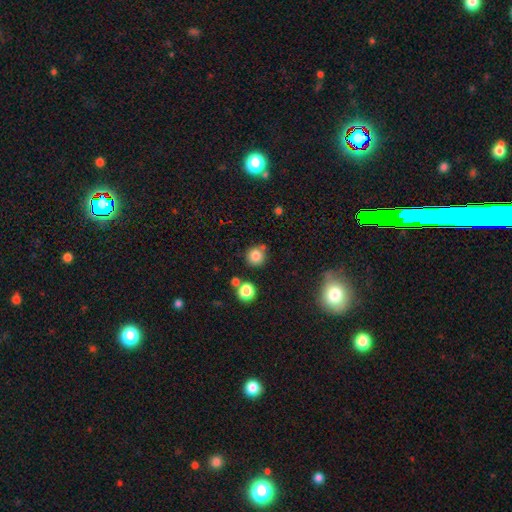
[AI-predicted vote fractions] smooth-or-featured: smooth: 81% | star or artifact: 13% | featured or disk: 6%
  how-rounded: round: 91% | in between: 8% | cigar-shaped: 1%
  merging: none: 72% | minor disturbance: 13% | merger: 11% | major disturbance: 4%